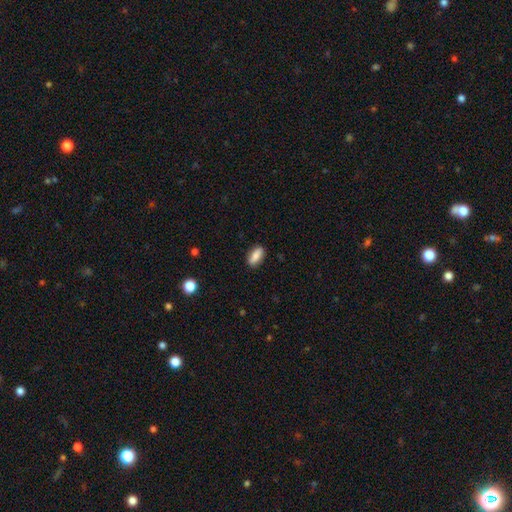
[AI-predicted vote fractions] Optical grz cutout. It shows a smooth galaxy with no disk features (81%) that is in between round and cigar-shaped (83%). Merging: none (88%).